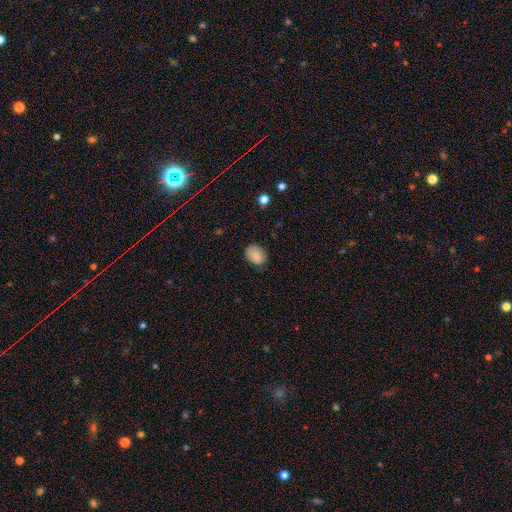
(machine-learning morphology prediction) smooth_or_featured: smooth (p=0.84) [alt: star or artifact p=0.08]
how_rounded: in between (p=0.64) [alt: round p=0.35]
merging: none (p=0.76) [alt: minor disturbance p=0.19]